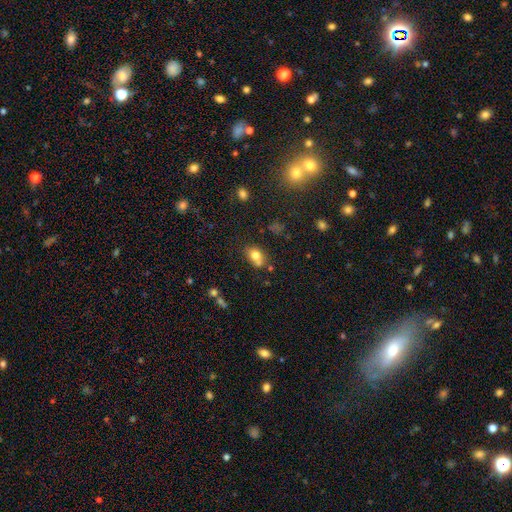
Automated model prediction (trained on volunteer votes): Smooth or featured? Predicted: smooth (p=0.76). How rounded? Predicted: in between (p=0.59). Merging? Predicted: none (p=0.55).